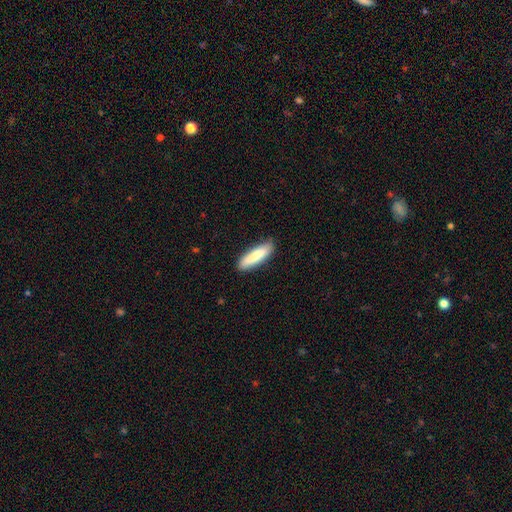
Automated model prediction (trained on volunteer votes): Smooth or featured? smooth (83%)
How rounded? cigar-shaped (68%)
Merging? none (84%)